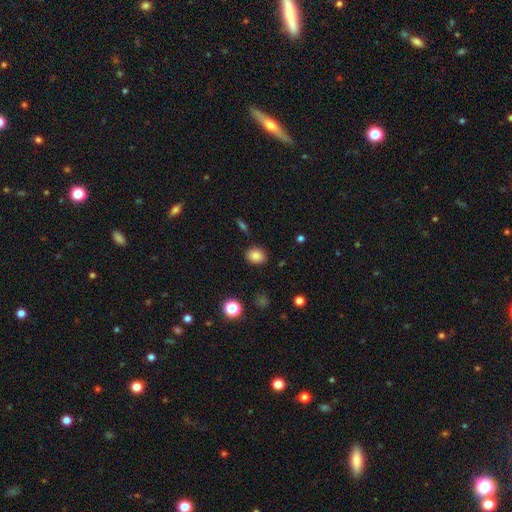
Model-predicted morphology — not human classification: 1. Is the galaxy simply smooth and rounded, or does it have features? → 84% smooth, 11% star or artifact, 5% featured or disk.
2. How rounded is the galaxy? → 50% round, 49% in between, 1% cigar-shaped.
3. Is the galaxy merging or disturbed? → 86% none, 10% minor disturbance, 3% major disturbance, 2% merger.